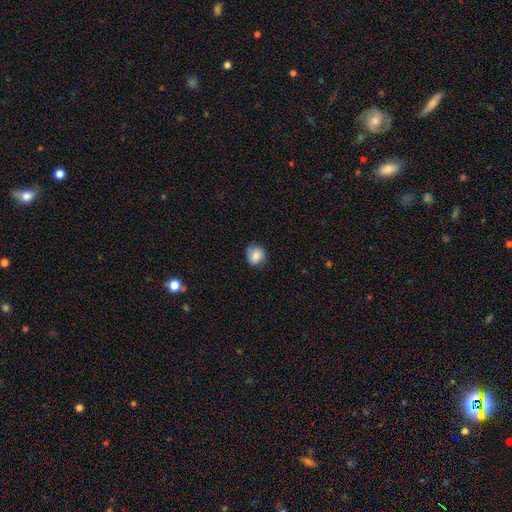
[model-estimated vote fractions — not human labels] Smooth or featured: smooth — 80% (featured or disk — 12%)
How rounded: round — 83% (in between — 16%)
Merging: none — 78% (minor disturbance — 18%)